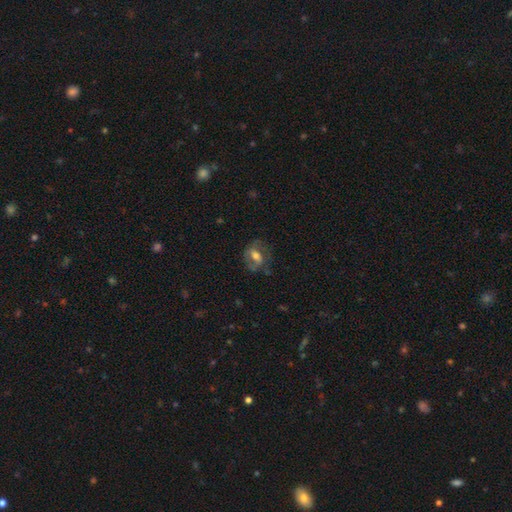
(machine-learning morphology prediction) featured or disk 47%, smooth 45%, star or artifact 8%. Down the decision tree: merging — none (61%).